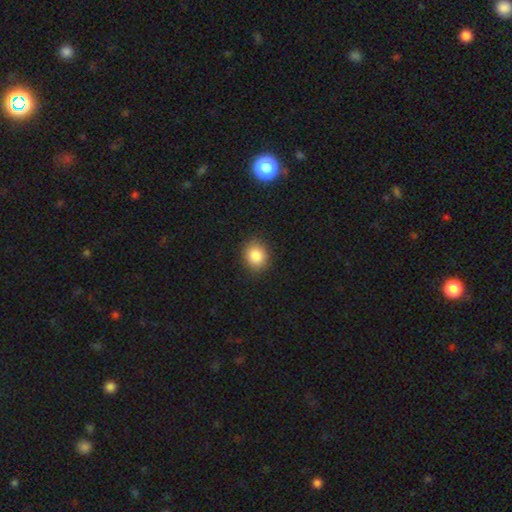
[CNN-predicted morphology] This appears to be a smooth galaxy with no disk features (85%) that is round (65%). Merging: none (89%).